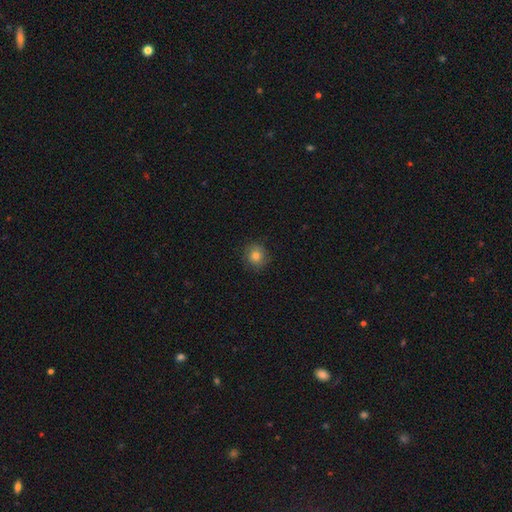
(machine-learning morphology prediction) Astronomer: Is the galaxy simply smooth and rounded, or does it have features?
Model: smooth — 77%.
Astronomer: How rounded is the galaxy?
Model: round — 90%.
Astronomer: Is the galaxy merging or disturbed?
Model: none — 85%.